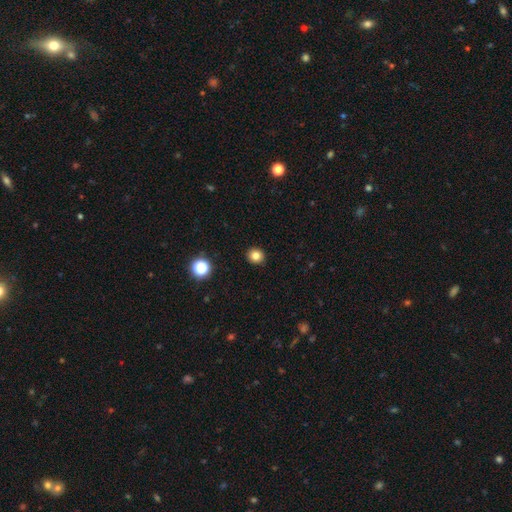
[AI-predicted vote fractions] Morphology: type=smooth (81%); roundness=round (88%); merging=none (92%).